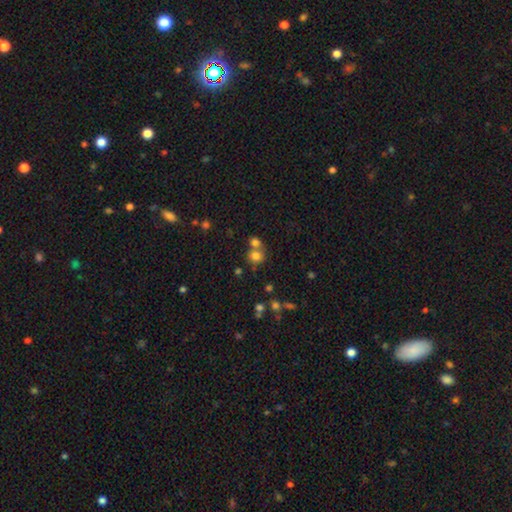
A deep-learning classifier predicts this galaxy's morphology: smooth-or-featured: smooth: 76% | star or artifact: 14% | featured or disk: 10%
  how-rounded: round: 82% | in between: 17% | cigar-shaped: 1%
  merging: none: 48% | merger: 41% | minor disturbance: 7% | major disturbance: 3%